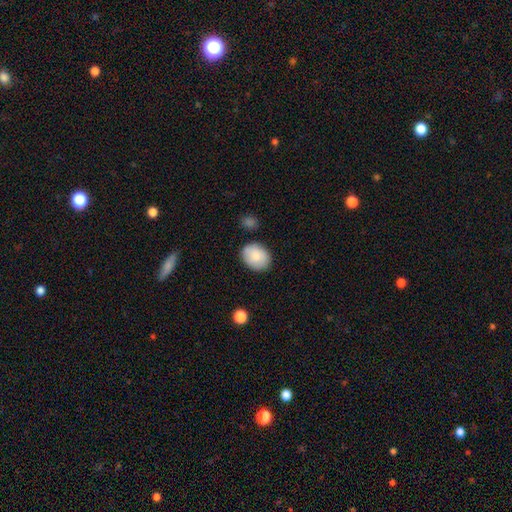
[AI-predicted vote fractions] Morphology: type=smooth (82%); roundness=in between (55%); merging=none (80%).